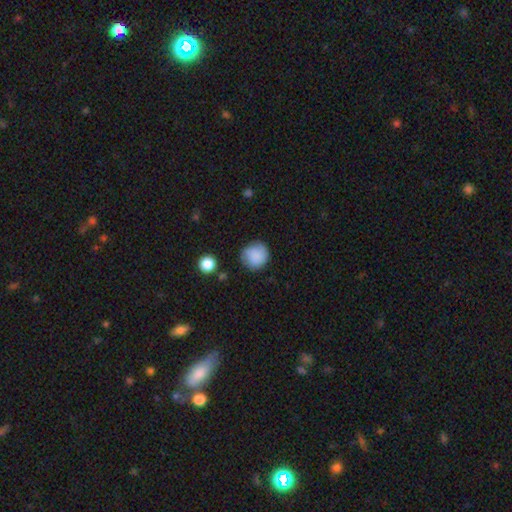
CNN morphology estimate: A smooth galaxy with no disk features (81%) that is round (90%). Merging: none (76%).